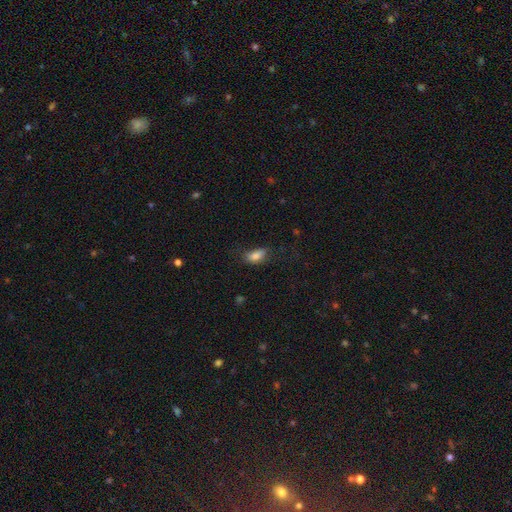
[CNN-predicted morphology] The model was most divided on "merging": none: 55%, minor disturbance: 29%, major disturbance: 14%, merger: 2%. More confident: how rounded — in between (88%); smooth or featured — smooth (82%).